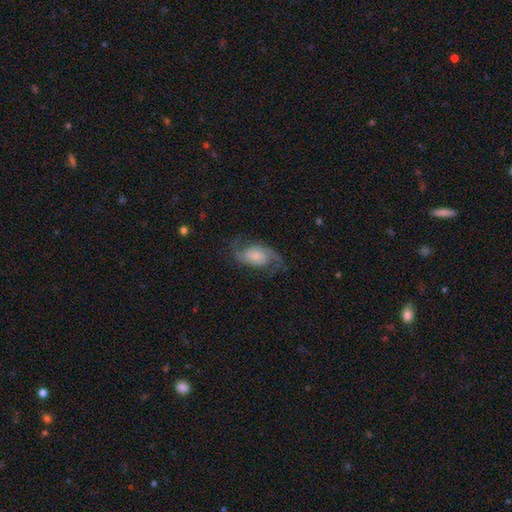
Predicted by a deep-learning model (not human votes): Smooth or featured? Predicted: featured or disk (p=0.86). Edge-on disk? Predicted: no (p=0.97). Bar? Predicted: no (p=0.63). Spiral arms? Predicted: yes (p=0.97). Spiral winding? Predicted: medium (p=0.48). Spiral arm count? Predicted: 2 (p=0.92). Bulge size? Predicted: small (p=0.41). Merging? Predicted: none (p=0.74).